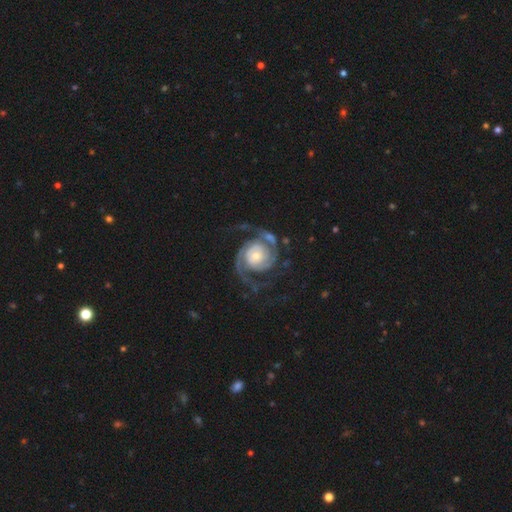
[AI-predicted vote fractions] A featured or disk galaxy (92%) with no bar (71%), 2 (88%) tight (44%) spiral arms (98%) and a small central bulge (47%). Merging: none (65%).